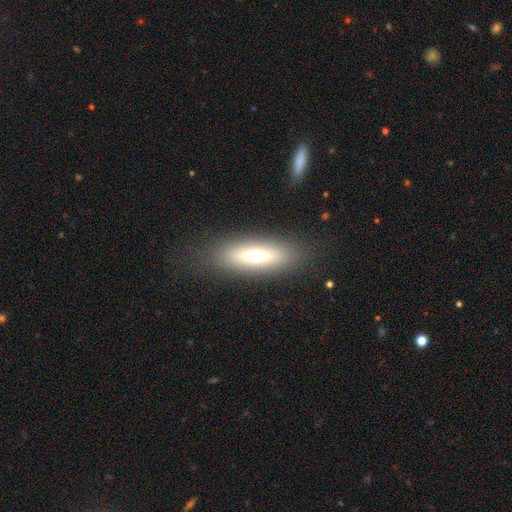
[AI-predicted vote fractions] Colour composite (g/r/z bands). It shows a smooth galaxy with no disk features (61%) that is in between round and cigar-shaped (54%). Merging: none (84%).